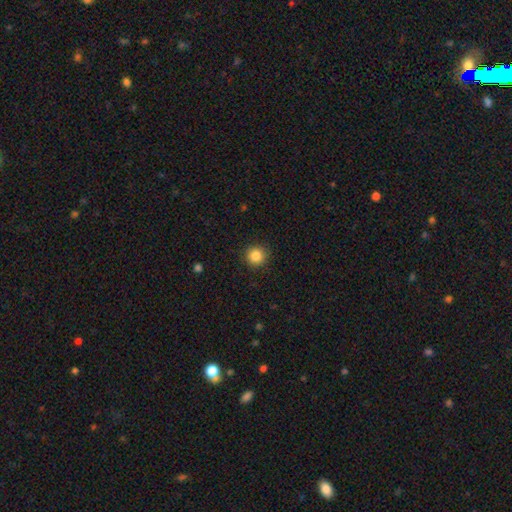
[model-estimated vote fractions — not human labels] smooth 85%, star or artifact 10%, featured or disk 4%. Down the decision tree: how rounded — round (95%); merging — none (91%).